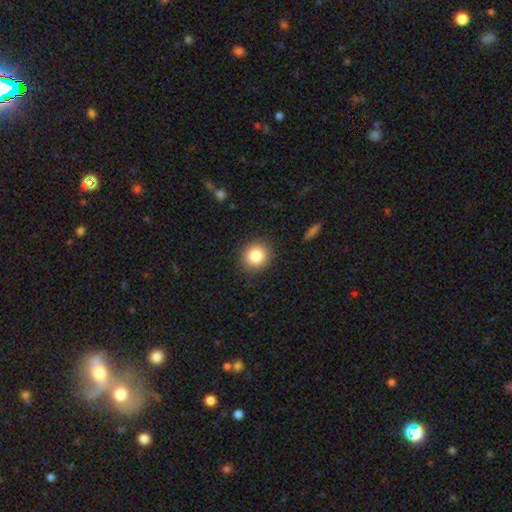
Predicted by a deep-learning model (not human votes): Smooth or featured? smooth (84%)
How rounded? round (87%)
Merging? none (90%)